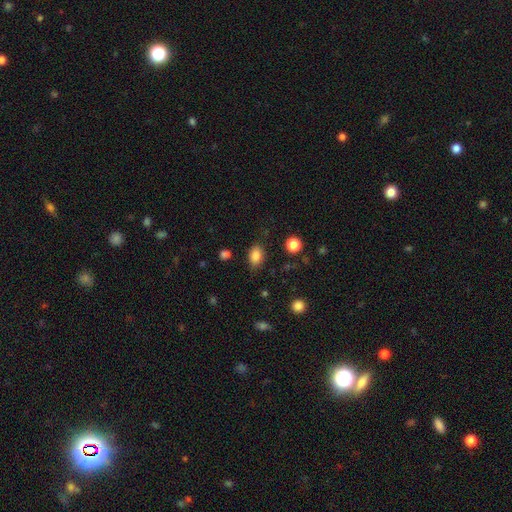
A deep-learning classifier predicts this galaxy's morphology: Smooth or featured: smooth — 85% (star or artifact — 10%)
How rounded: in between — 81% (round — 17%)
Merging: none — 80% (minor disturbance — 14%)